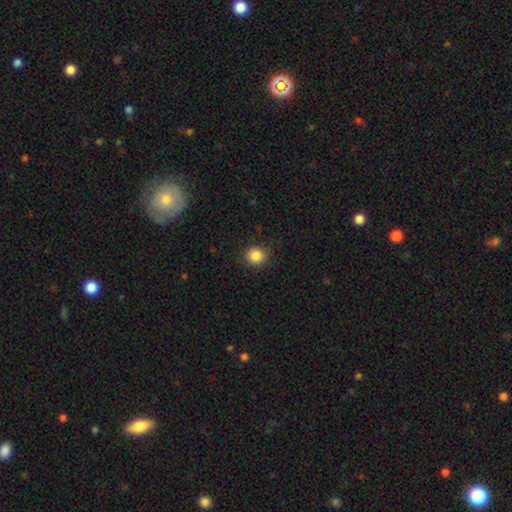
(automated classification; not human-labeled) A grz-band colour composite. It shows a smooth galaxy with no disk features (86%) that is round (85%). Merging: none (88%).